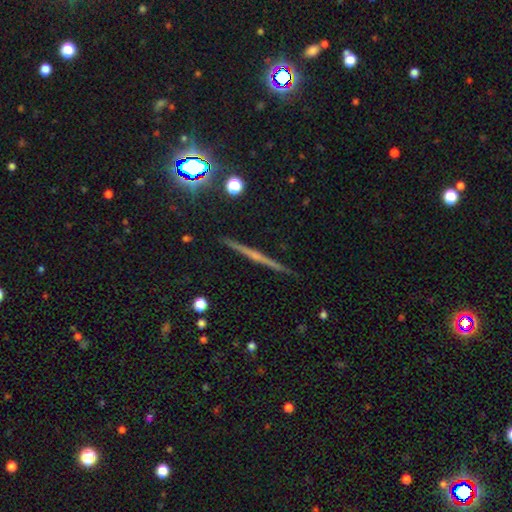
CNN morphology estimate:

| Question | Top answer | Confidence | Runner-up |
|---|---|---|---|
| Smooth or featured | featured or disk | 69% | smooth (18%) |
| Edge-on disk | yes | 98% | no (2%) |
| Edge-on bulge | rounded | 51% | none (41%) |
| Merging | none | 92% | minor disturbance (5%) |